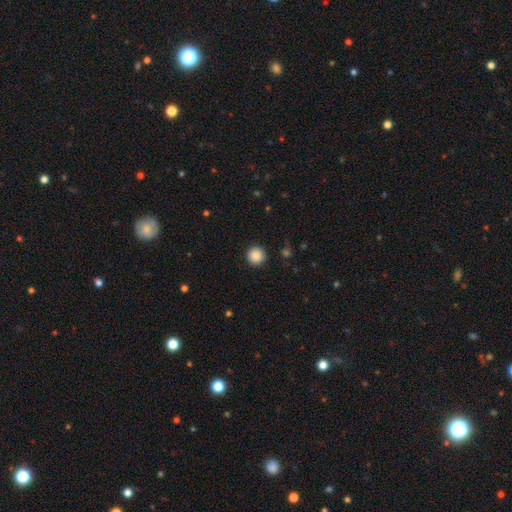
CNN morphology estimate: Overall: smooth (88%). How rounded: round (96%). Merging: none (92%).